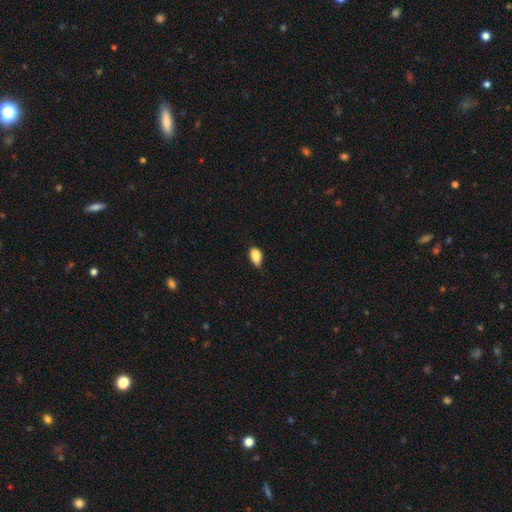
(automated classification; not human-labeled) Morphology: type=smooth (86%); roundness=in between (90%); merging=none (49%).